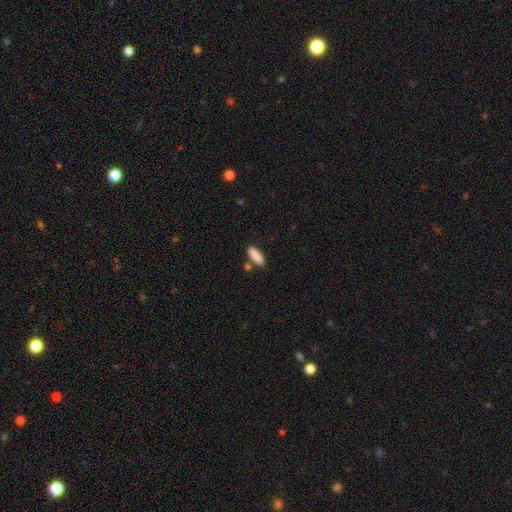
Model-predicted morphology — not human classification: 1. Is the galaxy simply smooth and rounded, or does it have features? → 89% smooth, 6% star or artifact, 5% featured or disk.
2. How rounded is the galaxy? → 60% in between, 38% cigar-shaped, 2% round.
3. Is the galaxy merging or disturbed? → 78% none, 11% minor disturbance, 9% merger, 3% major disturbance.